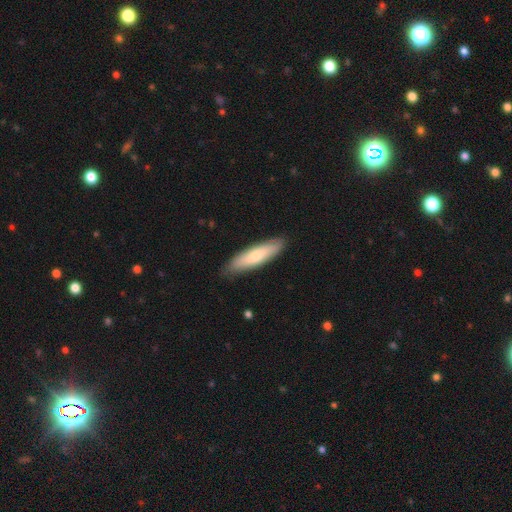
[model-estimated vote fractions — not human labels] Smooth or featured? Predicted: smooth (p=0.70). How rounded? Predicted: cigar-shaped (p=0.68). Merging? Predicted: none (p=0.86).